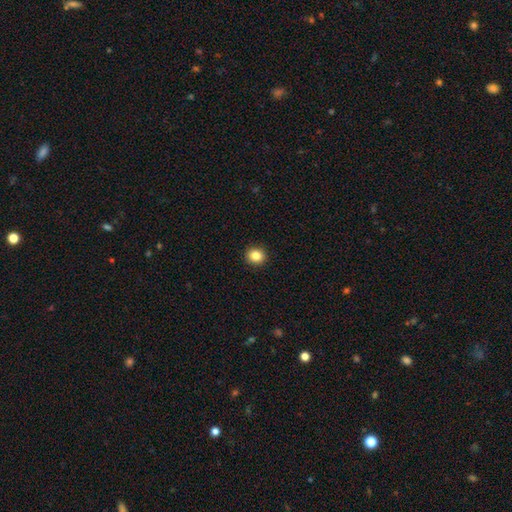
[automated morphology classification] Overall: smooth (85%). How rounded: round (87%). Merging: none (93%).